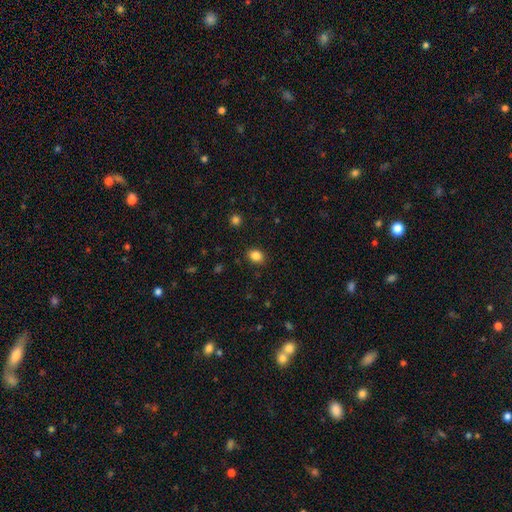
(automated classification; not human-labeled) This appears to be a smooth galaxy with no disk features (85%) that is in between round and cigar-shaped (54%). Merging: none (89%).